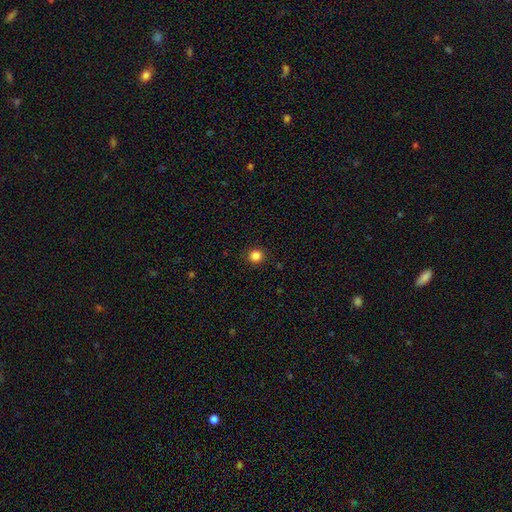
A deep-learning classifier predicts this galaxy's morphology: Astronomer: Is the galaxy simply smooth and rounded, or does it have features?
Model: smooth — 84%.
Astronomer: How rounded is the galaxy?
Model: round — 92%.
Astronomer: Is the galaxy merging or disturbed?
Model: none — 92%.